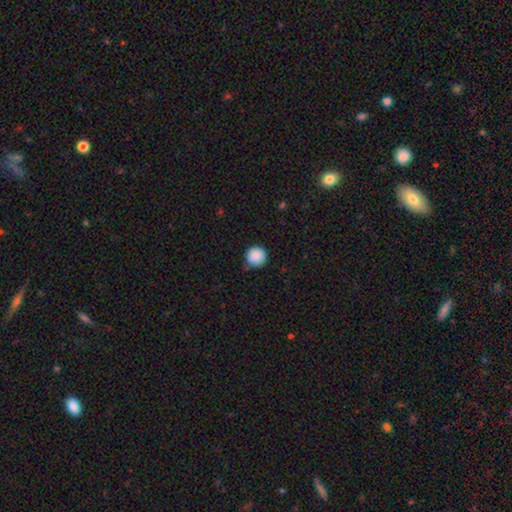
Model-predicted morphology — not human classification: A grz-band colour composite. It shows a smooth galaxy with no disk features (88%) that is round (95%). Merging: none (78%).